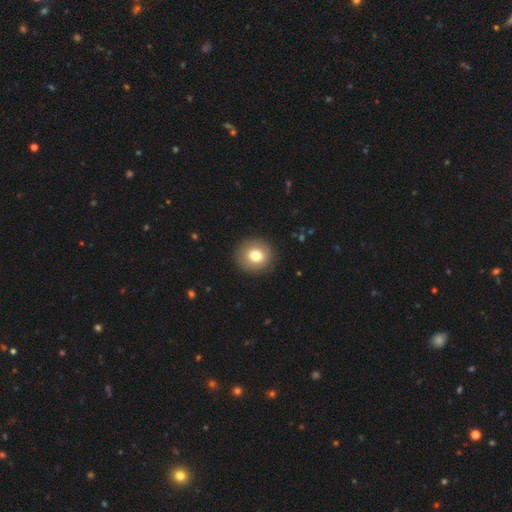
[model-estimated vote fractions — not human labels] Smooth or featured?
  - smooth: 78% *
  - featured or disk: 13%
  - star or artifact: 9%
How rounded?
  - round: 90% *
  - in between: 9%
  - cigar-shaped: 1%
Merging?
  - none: 91% *
  - minor disturbance: 6%
  - major disturbance: 2%
  - merger: 1%